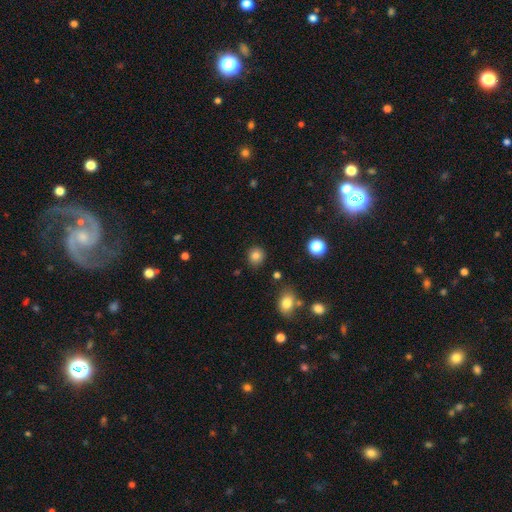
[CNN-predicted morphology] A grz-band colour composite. It shows a smooth galaxy with no disk features (82%) that is round (88%). Merging: none (88%).